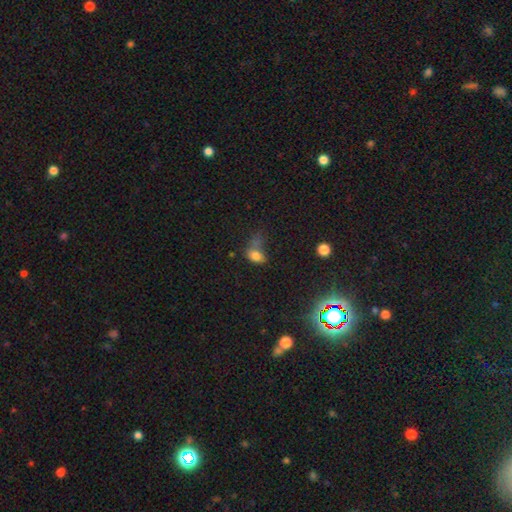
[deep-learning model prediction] A smooth galaxy with no disk features (73%) that is in between round and cigar-shaped (78%).

Vote fractions:
- Smooth or featured? smooth: 73% / star or artifact: 15% / featured or disk: 12%
- How rounded? in between: 78% / round: 19% / cigar-shaped: 3%
- Merging? major disturbance: 35% / none: 26% / minor disturbance: 24% / merger: 15%